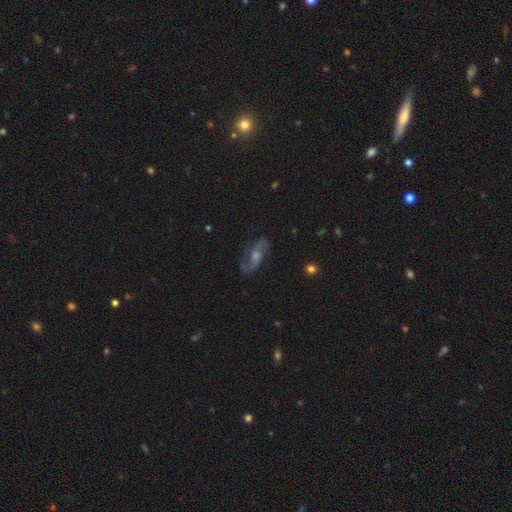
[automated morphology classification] A featured or disk galaxy (81%) with no bar (46%), 2 (91%) loose (44%) spiral arms (95%) and a moderate central bulge (58%). Merging: none (81%).